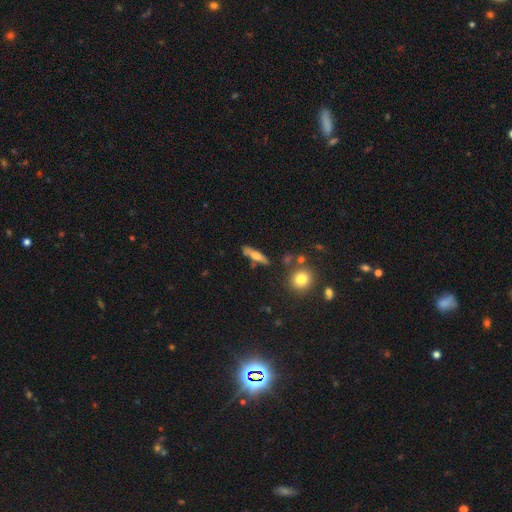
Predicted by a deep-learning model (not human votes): Smooth or featured? Predicted: smooth (p=0.50). How rounded? Predicted: cigar-shaped (p=0.72). Merging? Predicted: none (p=0.75).